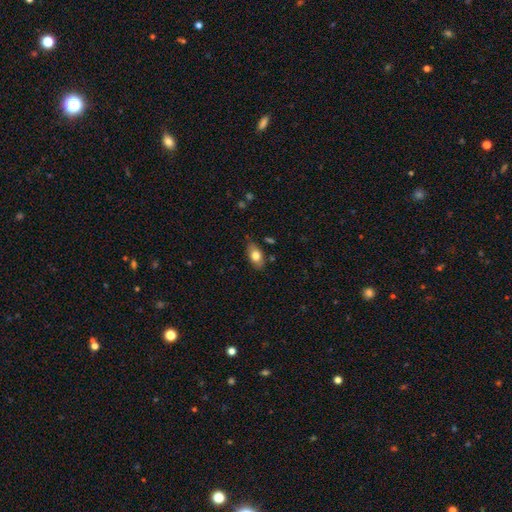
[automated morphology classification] Smooth or featured: smooth — 75% (featured or disk — 17%)
How rounded: in between — 89% (round — 6%)
Merging: none — 79% (minor disturbance — 16%)